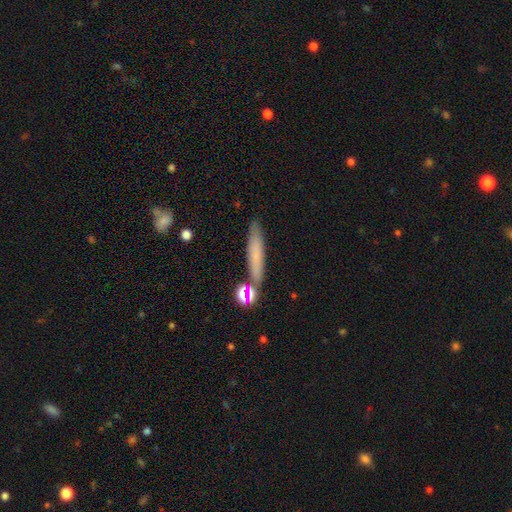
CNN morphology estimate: Smooth or featured?
  - smooth: 66% *
  - featured or disk: 24%
  - star or artifact: 10%
How rounded?
  - cigar-shaped: 89% *
  - in between: 8%
  - round: 2%
Merging?
  - none: 78% *
  - minor disturbance: 12%
  - merger: 6%
  - major disturbance: 3%